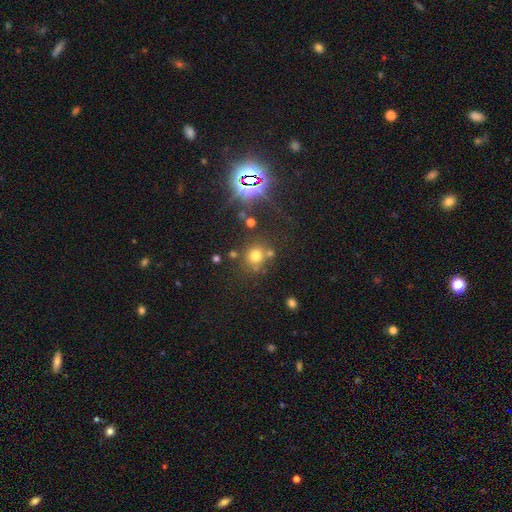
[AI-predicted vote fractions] Smooth or featured?
  - smooth: 66% *
  - star or artifact: 24%
  - featured or disk: 10%
How rounded?
  - round: 87% *
  - in between: 12%
  - cigar-shaped: 1%
Merging?
  - none: 69% *
  - merger: 14%
  - minor disturbance: 11%
  - major disturbance: 6%